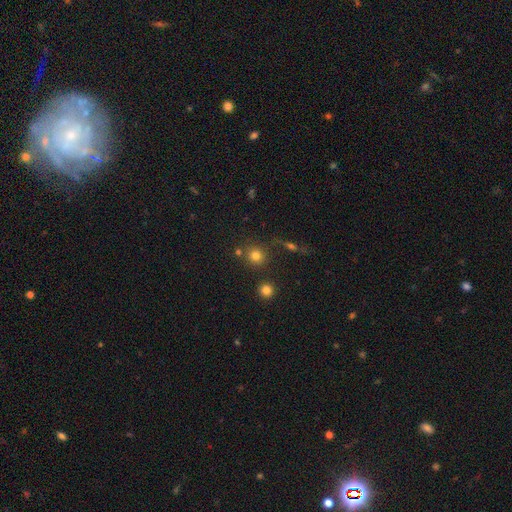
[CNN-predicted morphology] This appears to be a smooth galaxy with no disk features (76%) that is round (90%). Merging: none (76%).